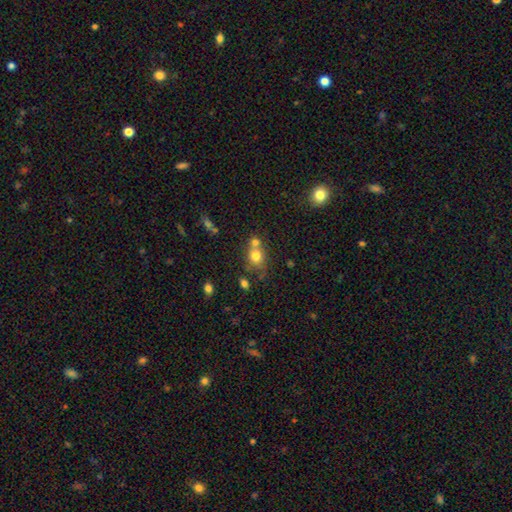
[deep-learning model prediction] This appears to be a smooth galaxy with no disk features (76%) that is round (65%). Merging: none (47%).